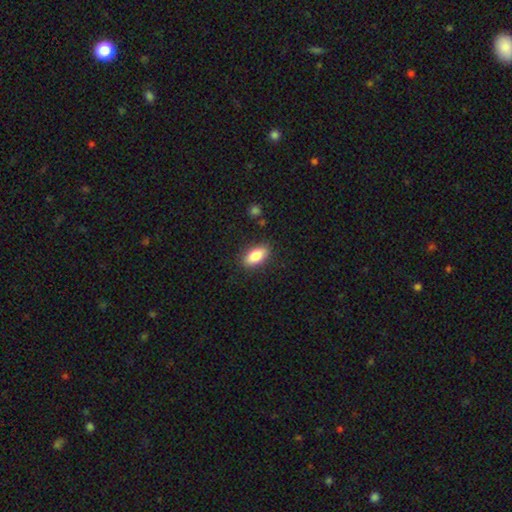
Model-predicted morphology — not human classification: Smooth or featured? Predicted: smooth (p=0.84). How rounded? Predicted: in between (p=0.88). Merging? Predicted: none (p=0.87).